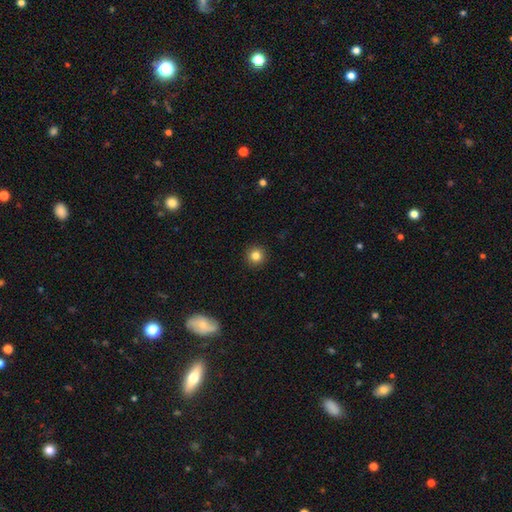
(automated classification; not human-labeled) The model was most divided on "smooth or featured": smooth: 83%, star or artifact: 11%, featured or disk: 6%. More confident: how rounded — round (95%); merging — none (93%).